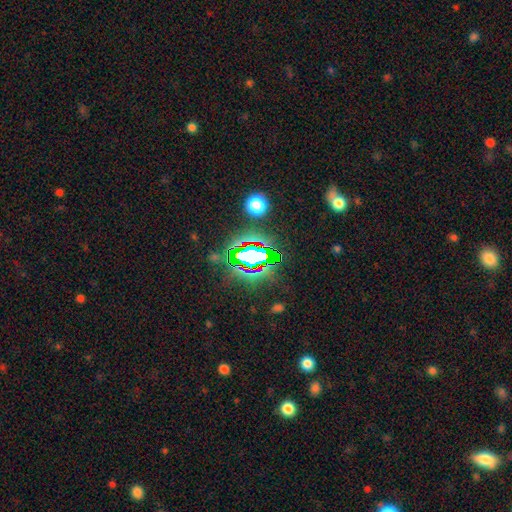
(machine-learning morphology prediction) smooth-or-featured: star or artifact: 70% | smooth: 16% | featured or disk: 14%